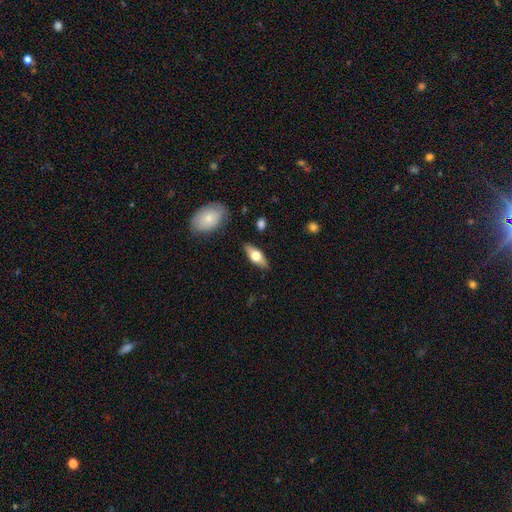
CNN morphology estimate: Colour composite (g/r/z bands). It shows a smooth galaxy with no disk features (50%). Merging: none (86%).